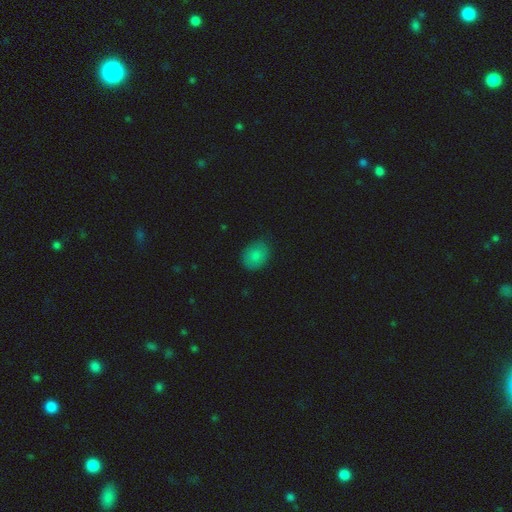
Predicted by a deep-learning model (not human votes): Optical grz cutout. It shows a smooth galaxy with no disk features (79%) that is in between round and cigar-shaped (54%). Merging: none (75%).